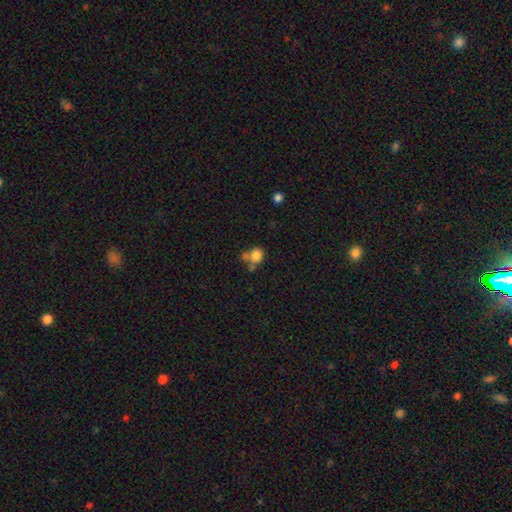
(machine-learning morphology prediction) Smooth or featured: smooth — 80% (star or artifact — 11%)
How rounded: round — 64% (in between — 35%)
Merging: none — 41% (merger — 31%)